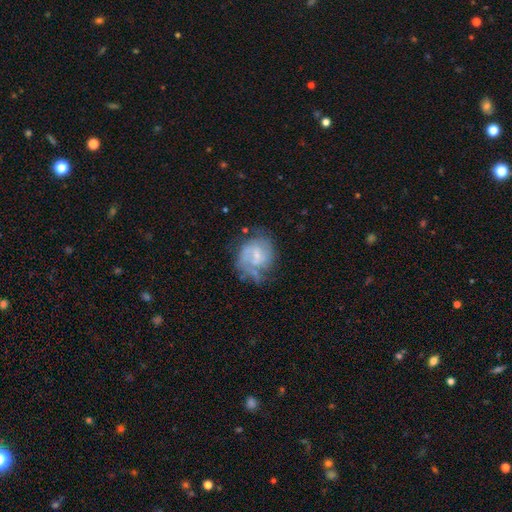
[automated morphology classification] Smooth or featured?
  - featured or disk: 66% *
  - smooth: 27%
  - star or artifact: 8%
Edge-on disk?
  - no: 98% *
  - yes: 2%
Bar?
  - no: 49% *
  - weak: 44%
  - strong: 7%
Spiral arms?
  - yes: 75% *
  - no: 25%
Bulge size?
  - small: 62% *
  - moderate: 25%
  - none: 10%
  - large: 2%
  - dominant: 1%
Merging?
  - none: 45% *
  - minor disturbance: 26%
  - major disturbance: 21%
  - merger: 8%